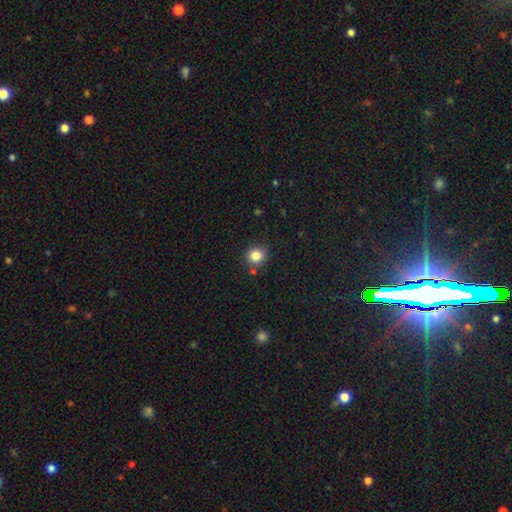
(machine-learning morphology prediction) Overall: smooth (84%). How rounded: round (90%). Merging: none (85%).